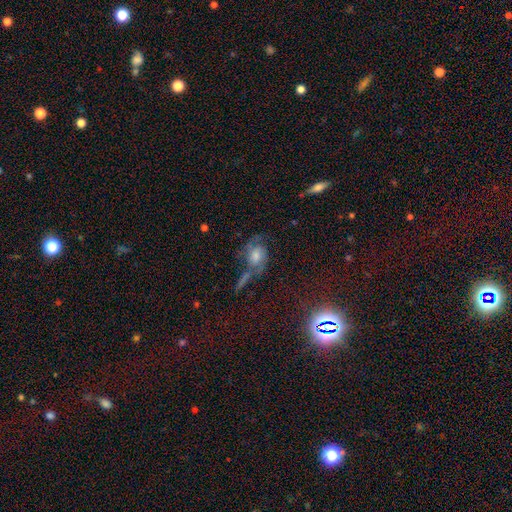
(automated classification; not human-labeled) A featured or disk galaxy (54%) with no bar (65%), spiral arms (83%) and a moderate central bulge (49%).

Vote fractions:
- Smooth or featured? featured or disk: 54% / star or artifact: 24% / smooth: 22%
- Edge-on disk? no: 94% / yes: 6%
- Bar? no: 65% / weak: 28% / strong: 8%
- Spiral arms? yes: 83% / no: 17%
- Bulge size? moderate: 49% / large: 22% / small: 19% / none: 7% / dominant: 4%
- Merging? none: 47% / minor disturbance: 20% / major disturbance: 19% / merger: 14%